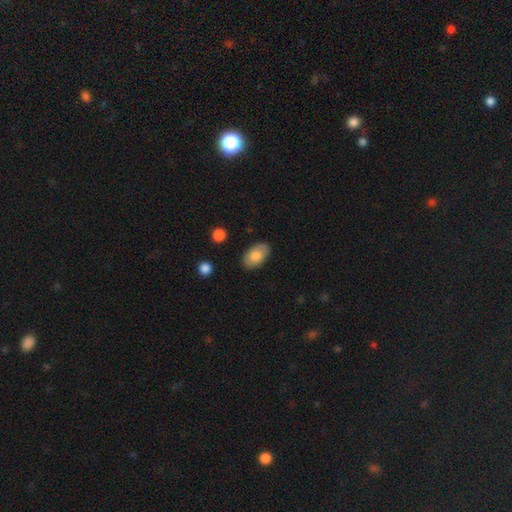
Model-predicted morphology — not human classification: This is likely a smooth galaxy (74%). How rounded: clearly in between (92%). Merging: clearly none (83%).